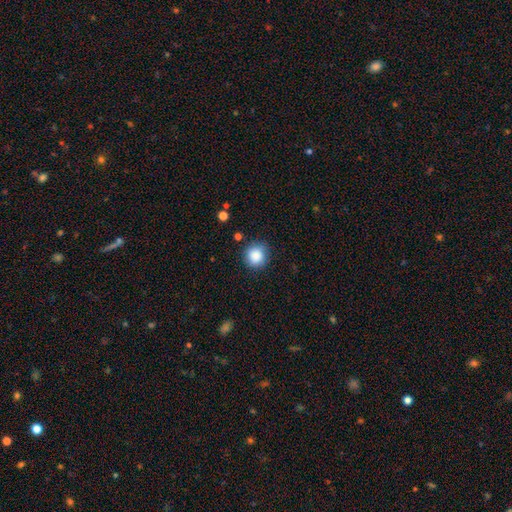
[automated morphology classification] smooth-or-featured: smooth: 87% | star or artifact: 9% | featured or disk: 4%
  how-rounded: round: 90% | in between: 9% | cigar-shaped: 1%
  merging: none: 83% | minor disturbance: 12% | major disturbance: 3% | merger: 2%